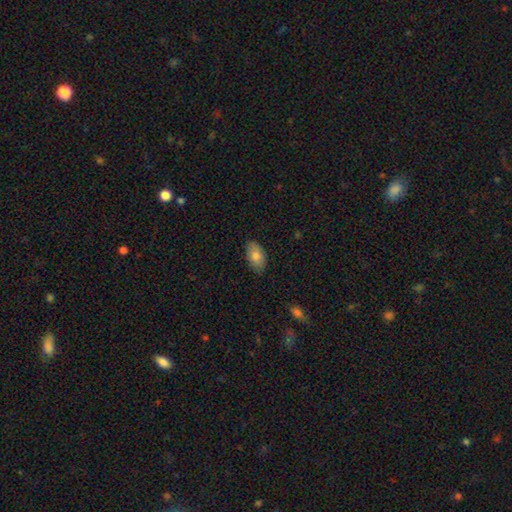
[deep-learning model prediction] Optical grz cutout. It shows a smooth galaxy with no disk features (81%) that is in between round and cigar-shaped (93%). Merging: none (82%).